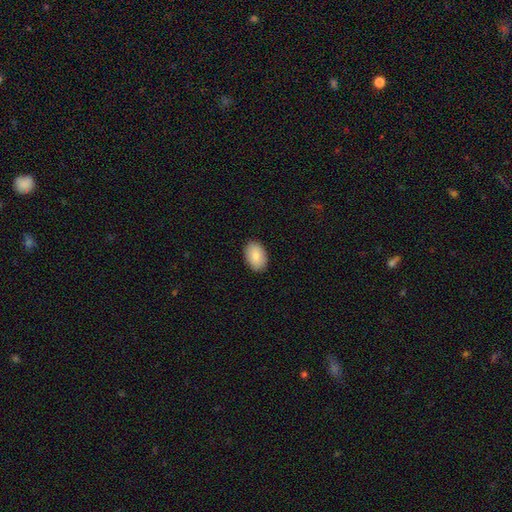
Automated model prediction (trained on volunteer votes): Overall: smooth (87%). How rounded: in between (90%). Merging: none (90%).